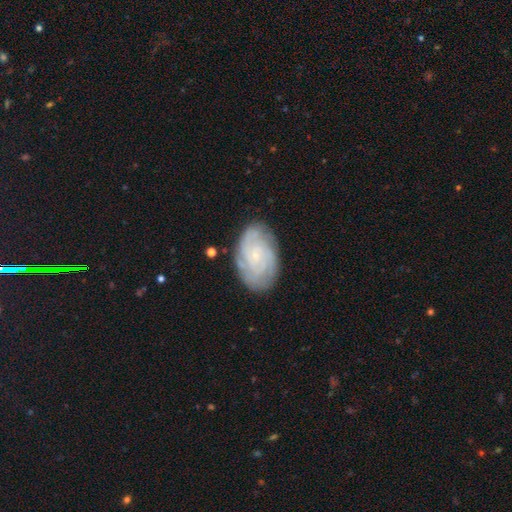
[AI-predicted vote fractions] The model was most divided on "spiral arm count": can't tell: 36%, 4: 21%, 3: 18%, 2: 12%, more than 4: 8%, 1: 6%. More confident: edge-on disk — no (97%); spiral arms — yes (94%); bulge size — small (82%); merging — none (79%); bar — no (75%); smooth or featured — featured or disk (75%); spiral winding — tight (69%).